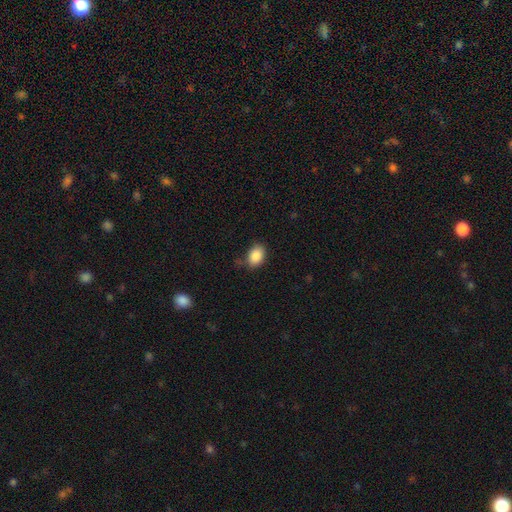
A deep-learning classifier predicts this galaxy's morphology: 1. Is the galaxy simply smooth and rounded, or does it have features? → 87% smooth, 8% star or artifact, 5% featured or disk.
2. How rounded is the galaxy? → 80% in between, 19% round, 1% cigar-shaped.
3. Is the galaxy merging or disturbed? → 75% none, 19% minor disturbance, 4% major disturbance, 3% merger.